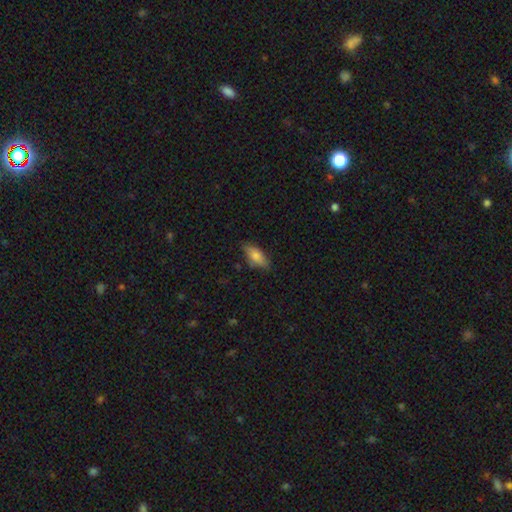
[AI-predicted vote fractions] Q: Smooth or featured?
A: smooth (77%); runner-up: featured or disk (16%)
Q: How rounded?
A: in between (79%); runner-up: cigar-shaped (18%)
Q: Merging?
A: none (74%); runner-up: minor disturbance (20%)